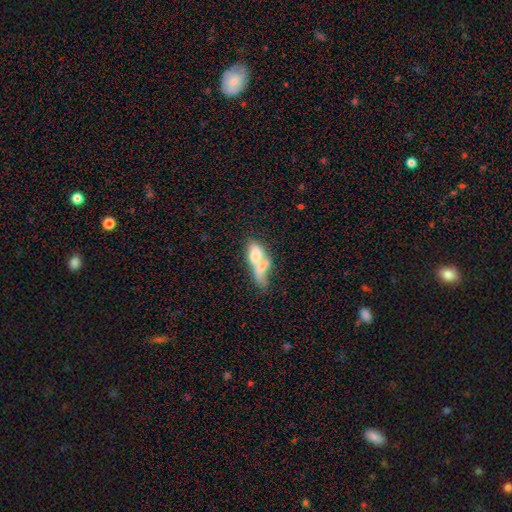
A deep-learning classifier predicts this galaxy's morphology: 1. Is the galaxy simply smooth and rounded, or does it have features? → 60% smooth, 32% featured or disk, 8% star or artifact.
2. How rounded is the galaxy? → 75% in between, 14% cigar-shaped, 11% round.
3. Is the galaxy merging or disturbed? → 68% merger, 13% none, 12% major disturbance, 7% minor disturbance.